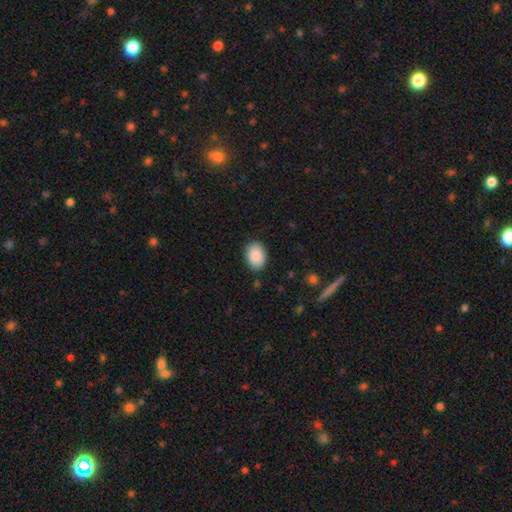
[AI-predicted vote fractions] smooth 88%, star or artifact 7%, featured or disk 6%. Down the decision tree: how rounded — in between (80%); merging — none (86%).